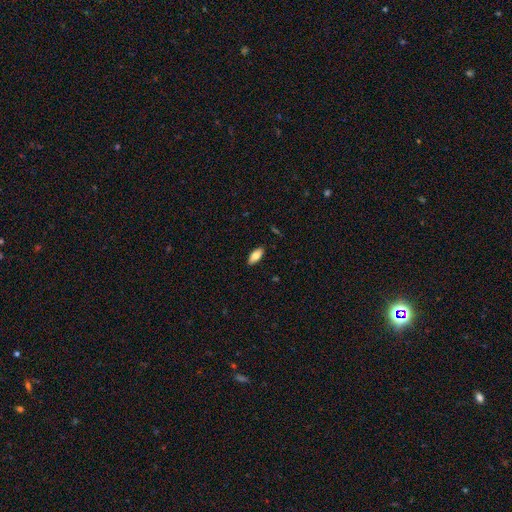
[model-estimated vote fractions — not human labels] smooth_or_featured: smooth (p=0.79) [alt: featured or disk p=0.14]
how_rounded: in between (p=0.87) [alt: cigar-shaped p=0.11]
merging: none (p=0.89) [alt: minor disturbance p=0.08]